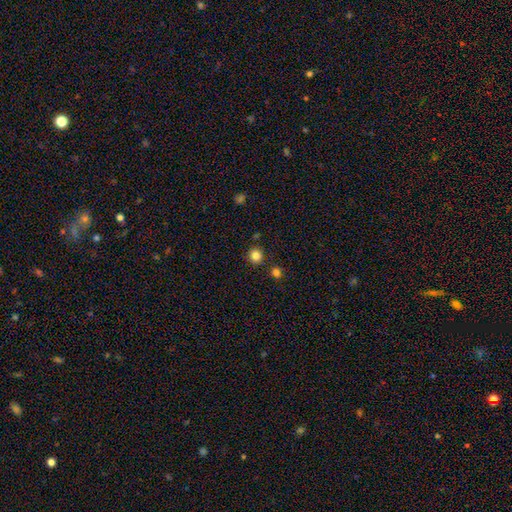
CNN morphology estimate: Smooth or featured?
  - smooth: 82% *
  - star or artifact: 13%
  - featured or disk: 5%
How rounded?
  - round: 93% *
  - in between: 6%
  - cigar-shaped: 1%
Merging?
  - none: 87% *
  - minor disturbance: 6%
  - merger: 4%
  - major disturbance: 2%